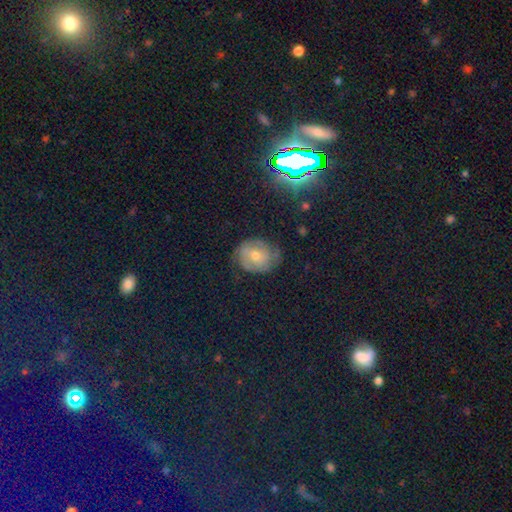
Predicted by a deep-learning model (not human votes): featured or disk 46%, smooth 33%, star or artifact 21%. Down the decision tree: merging — none (71%).